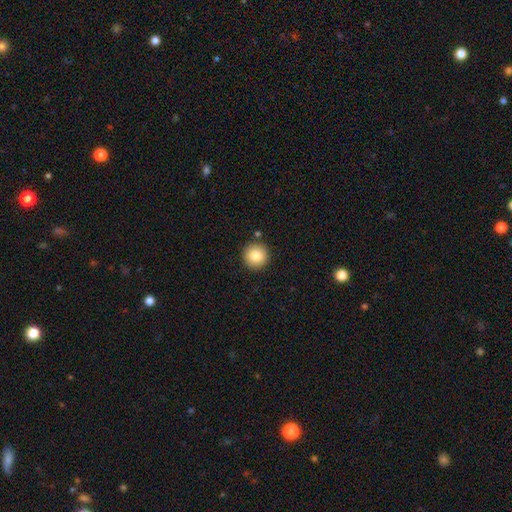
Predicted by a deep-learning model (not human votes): Smooth or featured? smooth (84%)
How rounded? round (95%)
Merging? none (89%)